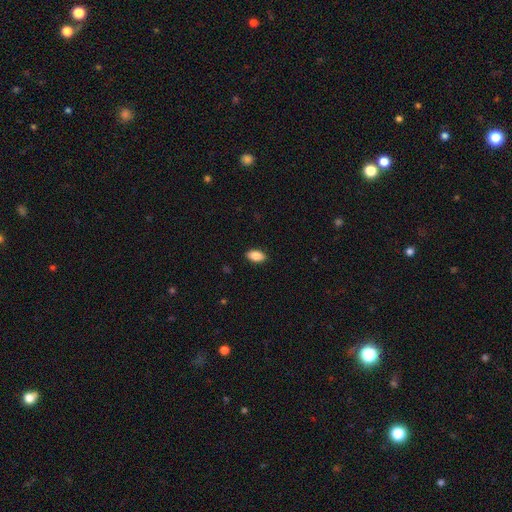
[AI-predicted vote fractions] Morphology: type=smooth (88%); roundness=in between (93%); merging=none (89%).